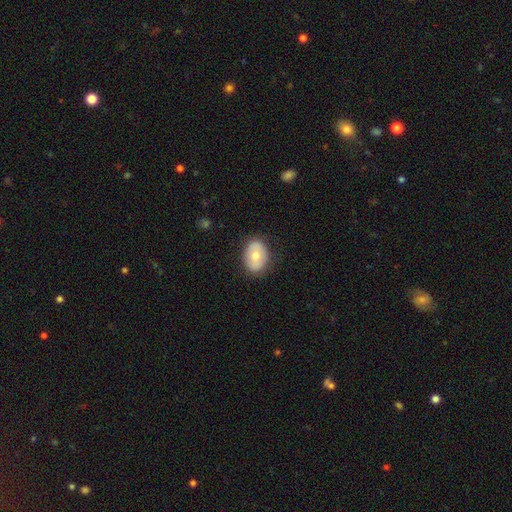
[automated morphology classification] Overall: smooth (66%; featured or disk 27%). How rounded: in between (72%). Merging: none (82%).